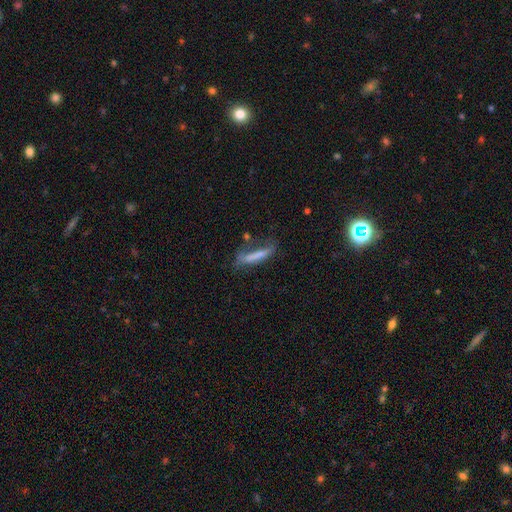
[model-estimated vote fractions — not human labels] This is likely a smooth galaxy (62%). How rounded: clearly cigar-shaped (84%). Merging: marginally none (44%).